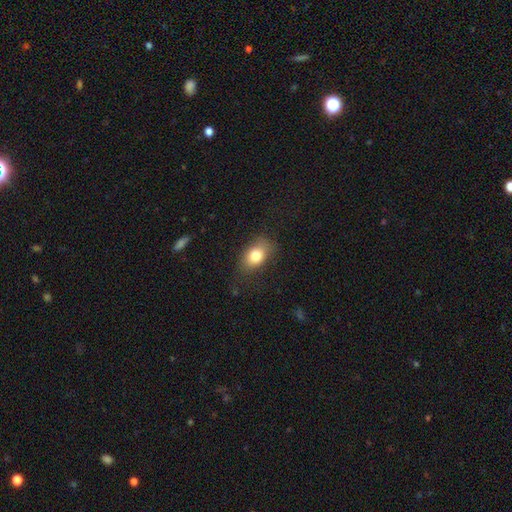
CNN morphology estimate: The model was most divided on "merging": none: 69%, minor disturbance: 21%, major disturbance: 8%, merger: 1%. More confident: smooth or featured — smooth (79%); how rounded — in between (77%).